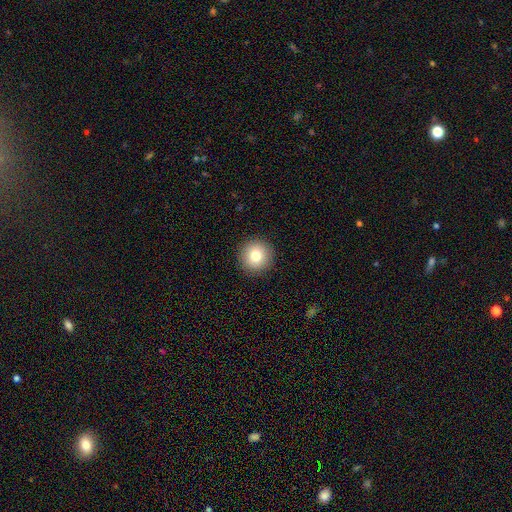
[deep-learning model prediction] Morphology: type=smooth (80%); roundness=round (95%); merging=none (92%).